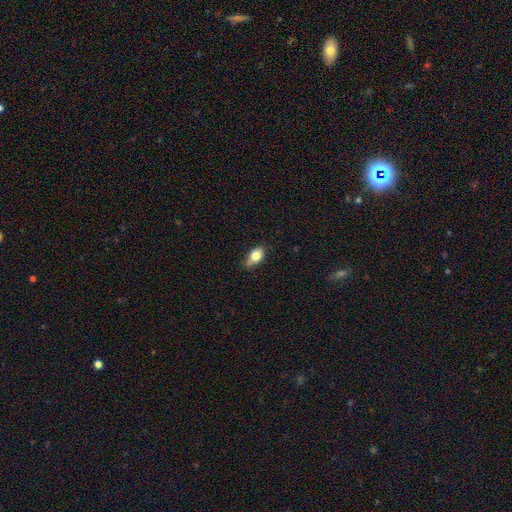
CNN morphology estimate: Smooth or featured: smooth — 79% (featured or disk — 13%)
How rounded: in between — 87% (round — 10%)
Merging: none — 65% (minor disturbance — 28%)